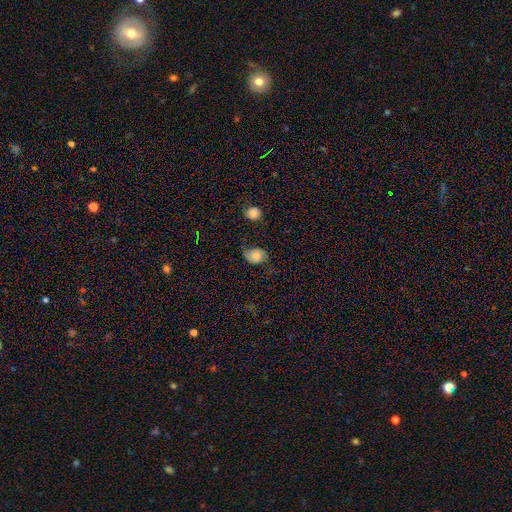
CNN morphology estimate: This is likely a smooth galaxy (75%). How rounded: possibly in between (57%). Merging: possibly none (55%).